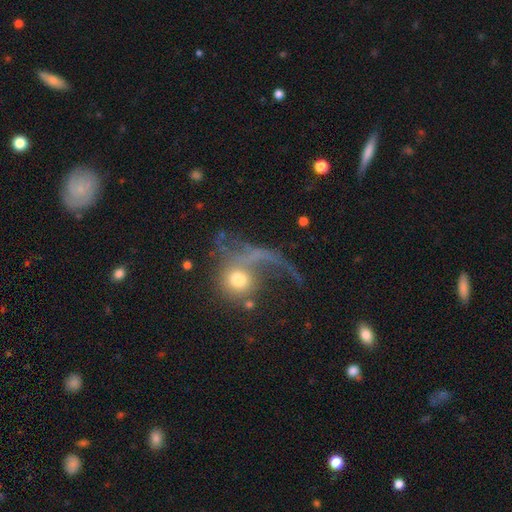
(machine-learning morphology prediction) This is marginally a featured or disk galaxy (44%). Merging: possibly major disturbance (51%).